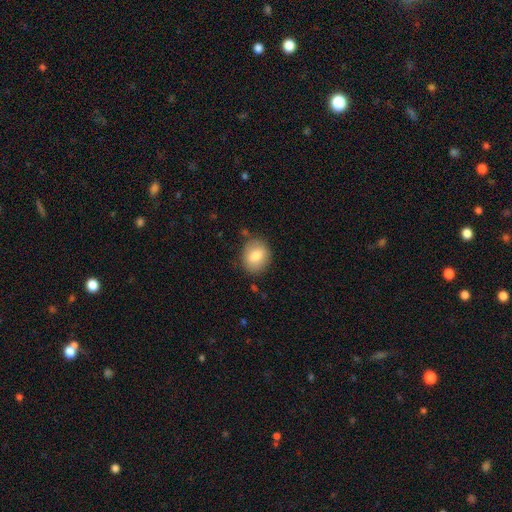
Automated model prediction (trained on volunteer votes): Smooth or featured? smooth (79%)
How rounded? round (61%)
Merging? none (80%)